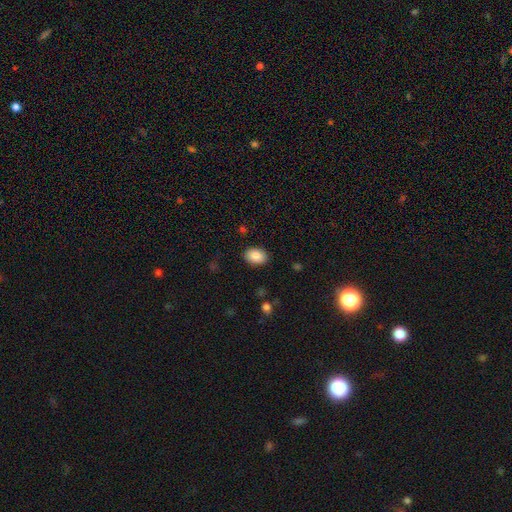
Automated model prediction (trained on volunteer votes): A smooth galaxy with no disk features (85%) that is in between round and cigar-shaped (74%).

Vote fractions:
- Smooth or featured? smooth: 85% / star or artifact: 8% / featured or disk: 7%
- How rounded? in between: 74% / round: 25% / cigar-shaped: 1%
- Merging? none: 89% / minor disturbance: 8% / major disturbance: 2% / merger: 1%